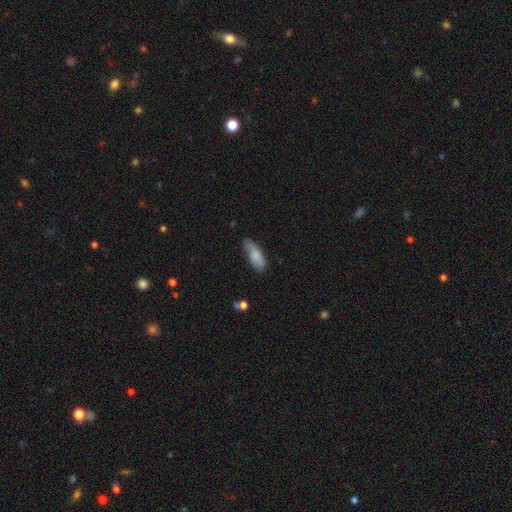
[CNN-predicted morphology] type=smooth (78%); roundness=in between (66%); merging=none (61%).